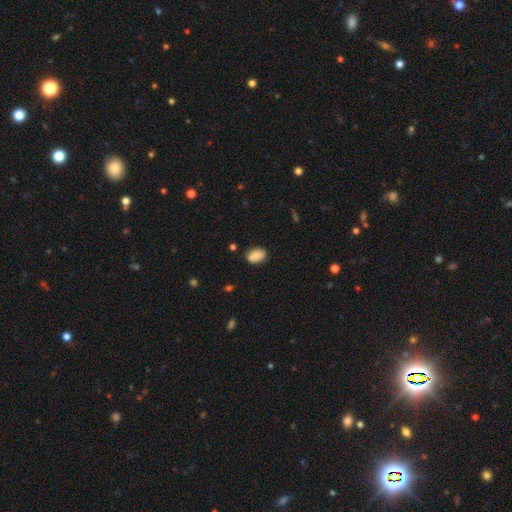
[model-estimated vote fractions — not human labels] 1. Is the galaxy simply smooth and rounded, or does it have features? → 82% smooth, 10% featured or disk, 8% star or artifact.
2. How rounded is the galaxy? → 83% in between, 15% round, 1% cigar-shaped.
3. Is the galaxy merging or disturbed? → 80% none, 14% minor disturbance, 3% merger, 3% major disturbance.